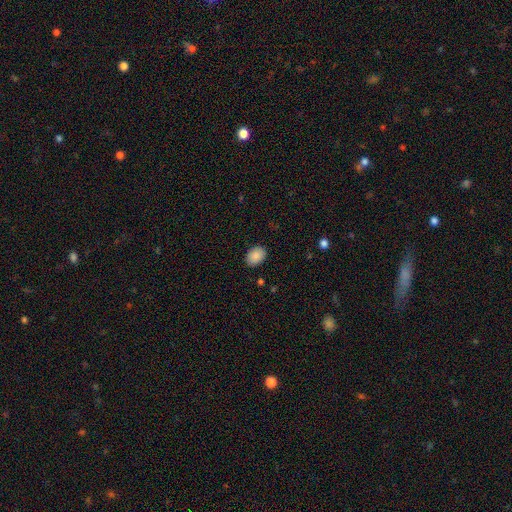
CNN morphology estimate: This appears to be a smooth galaxy with no disk features (88%) that is in between round and cigar-shaped (70%). Merging: none (87%).